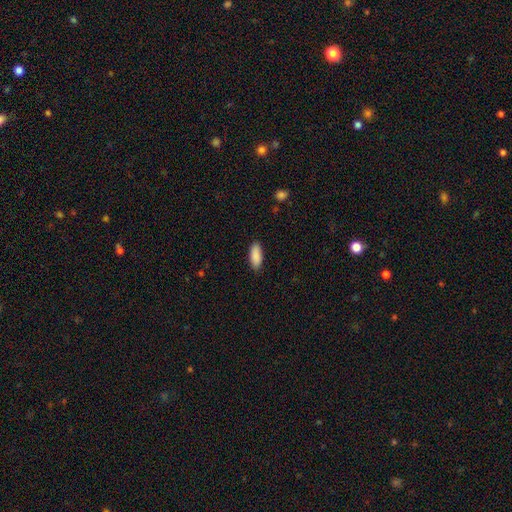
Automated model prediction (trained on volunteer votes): Smooth or featured?
  - smooth: 90% *
  - star or artifact: 6%
  - featured or disk: 4%
How rounded?
  - in between: 79% *
  - cigar-shaped: 20%
  - round: 2%
Merging?
  - none: 88% *
  - minor disturbance: 9%
  - major disturbance: 2%
  - merger: 1%